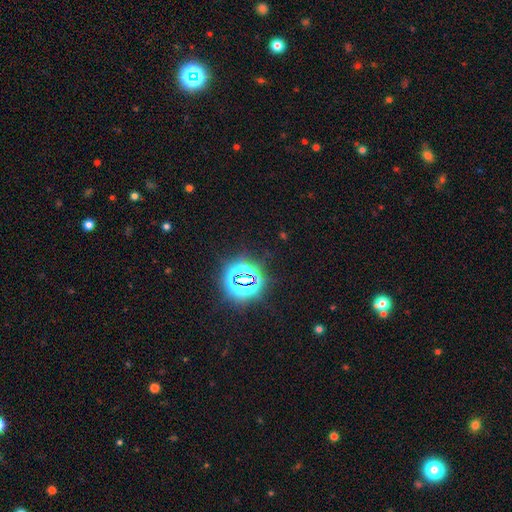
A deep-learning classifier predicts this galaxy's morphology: type=star or artifact (82%).